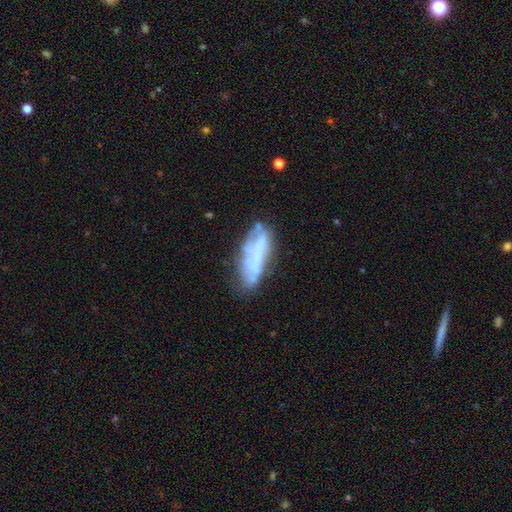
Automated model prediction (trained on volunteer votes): Smooth or featured? featured or disk (54%)
Edge-on disk? no (78%)
Merging? none (52%)